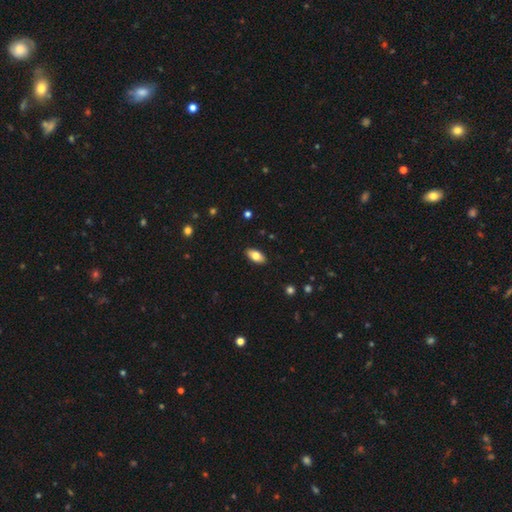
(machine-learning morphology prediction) The model was most divided on "smooth or featured": smooth: 77%, featured or disk: 16%, star or artifact: 7%. More confident: how rounded — in between (90%); merging — none (89%).